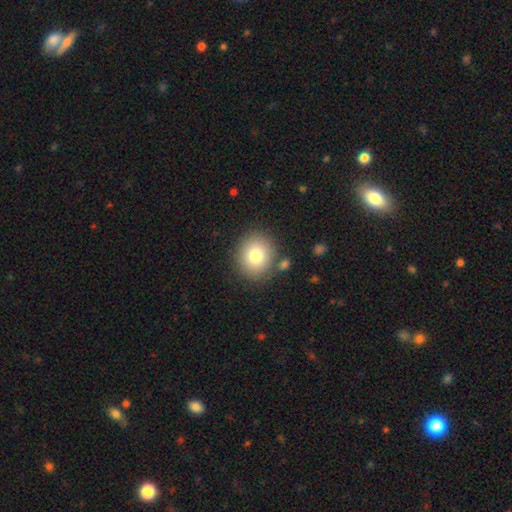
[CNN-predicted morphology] The model was most divided on "how rounded": round: 80%, in between: 20%, cigar-shaped: 1%. More confident: merging — none (82%); smooth or featured — smooth (79%).